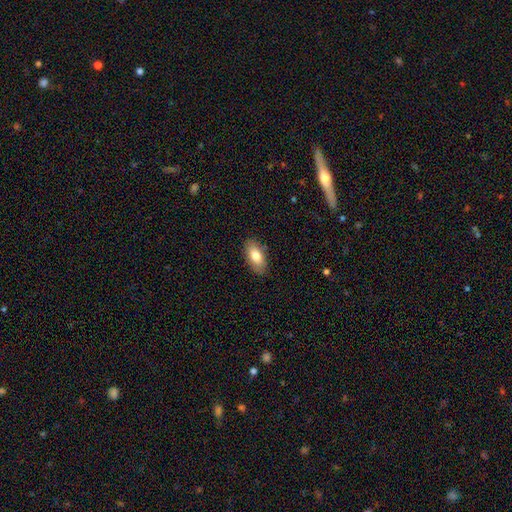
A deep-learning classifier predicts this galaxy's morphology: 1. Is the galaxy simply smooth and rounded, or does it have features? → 79% smooth, 15% featured or disk, 7% star or artifact.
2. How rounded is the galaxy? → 91% in between, 6% cigar-shaped, 3% round.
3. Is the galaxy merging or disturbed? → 87% none, 10% minor disturbance, 2% major disturbance, 1% merger.